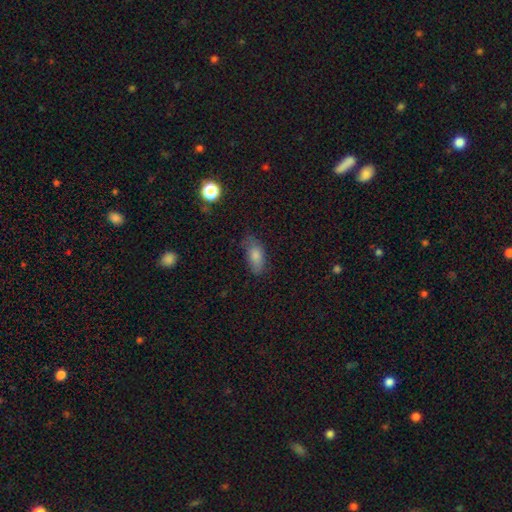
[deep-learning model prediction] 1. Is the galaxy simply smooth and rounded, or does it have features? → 80% smooth, 11% featured or disk, 9% star or artifact.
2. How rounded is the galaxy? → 87% in between, 9% cigar-shaped, 4% round.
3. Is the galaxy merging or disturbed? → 60% none, 29% minor disturbance, 9% major disturbance, 2% merger.